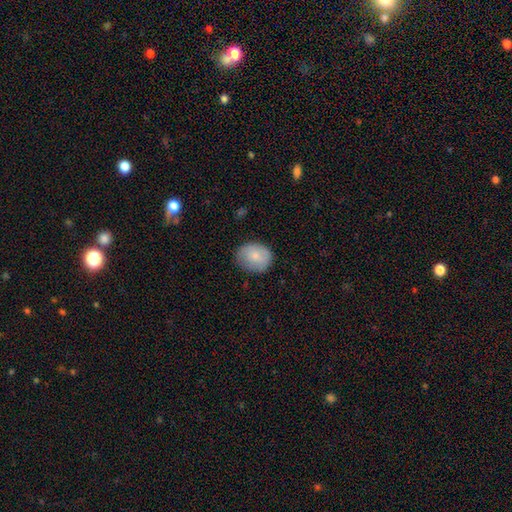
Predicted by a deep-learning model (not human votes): smooth-or-featured: smooth: 79% | featured or disk: 15% | star or artifact: 7%
  how-rounded: in between: 50% | round: 49% | cigar-shaped: 1%
  merging: none: 75% | minor disturbance: 19% | major disturbance: 4% | merger: 1%